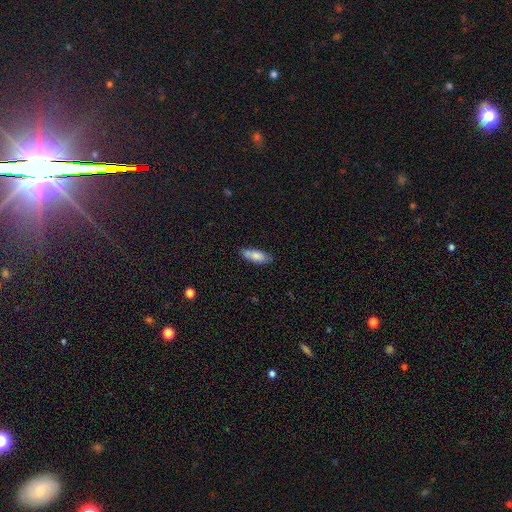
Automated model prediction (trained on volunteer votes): This appears to be a smooth galaxy with no disk features (78%) that is in between round and cigar-shaped (71%). Merging: none (67%).